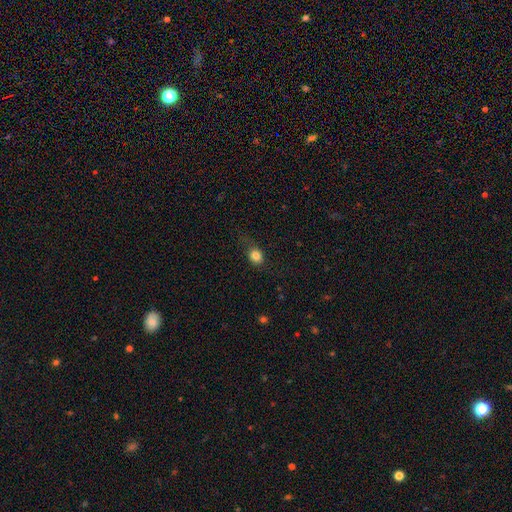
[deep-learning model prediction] The model was most divided on "how rounded": round: 62%, in between: 37%, cigar-shaped: 1%. More confident: smooth or featured — smooth (81%); merging — none (62%).